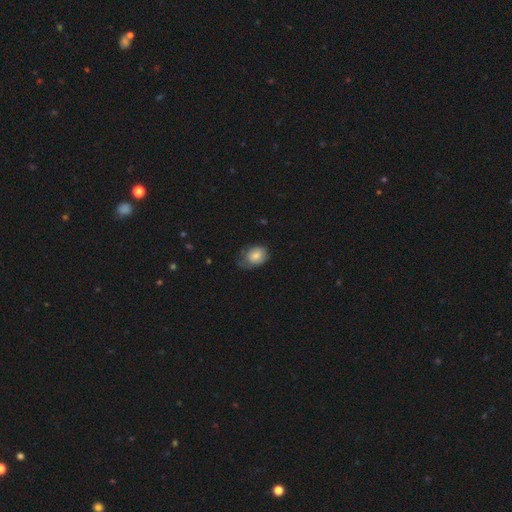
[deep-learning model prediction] smooth_or_featured: smooth (p=0.78) [alt: featured or disk p=0.14]
how_rounded: in between (p=0.61) [alt: round p=0.38]
merging: none (p=0.52) [alt: minor disturbance p=0.35]